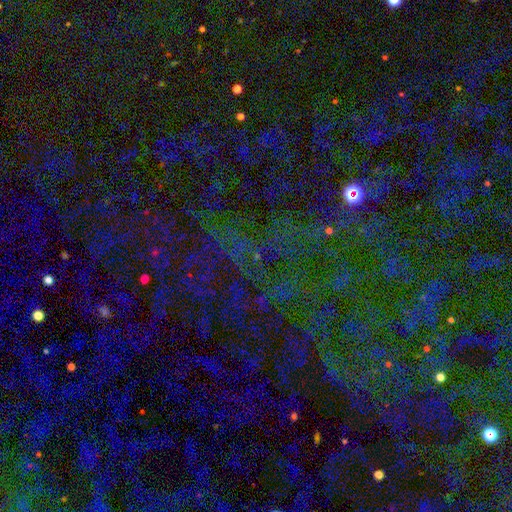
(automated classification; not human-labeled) Smooth or featured? star or artifact (76%)